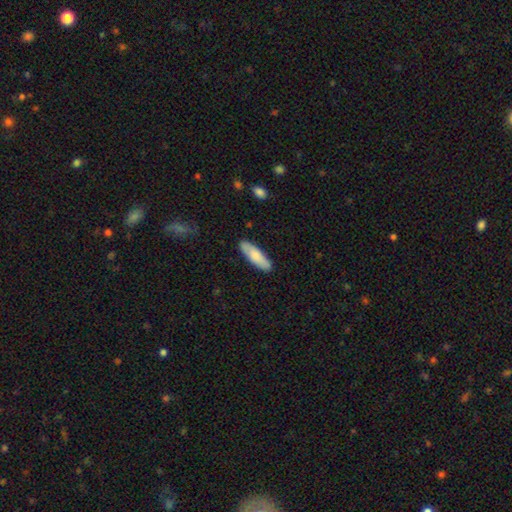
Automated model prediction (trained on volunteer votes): A smooth galaxy with no disk features (80%) that is cigar-shaped (50%). Merging: none (87%).